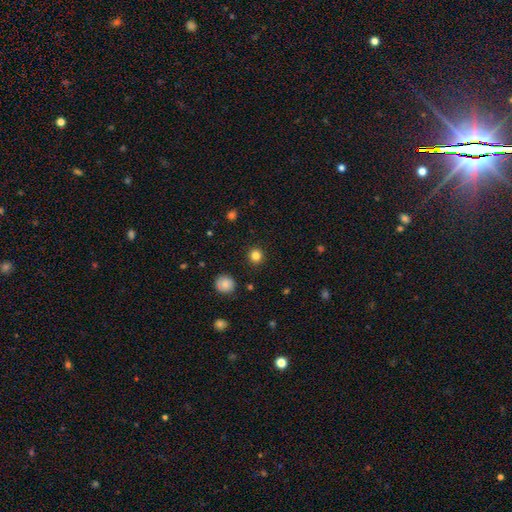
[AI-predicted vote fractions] Smooth or featured? Predicted: smooth (p=0.83). How rounded? Predicted: round (p=0.93). Merging? Predicted: none (p=0.91).